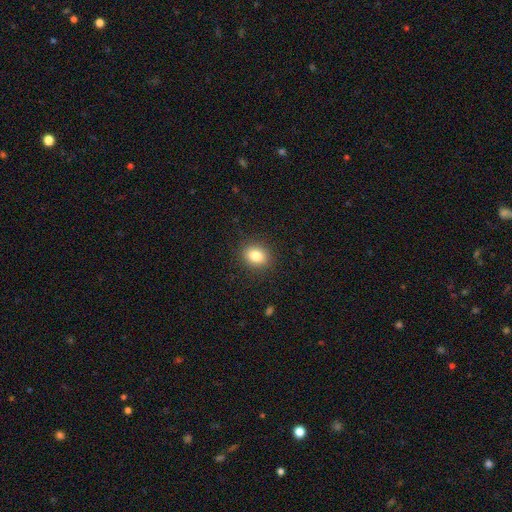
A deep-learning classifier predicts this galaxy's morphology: This appears to be a smooth galaxy with no disk features (83%) that is round (51%). Merging: none (89%).